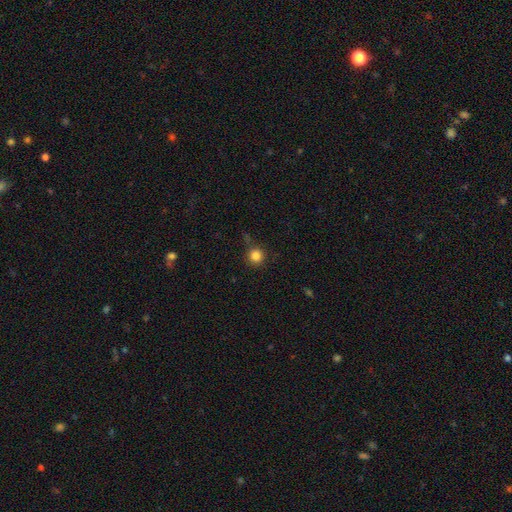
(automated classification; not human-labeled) Smooth or featured? smooth (84%)
How rounded? round (94%)
Merging? none (81%)